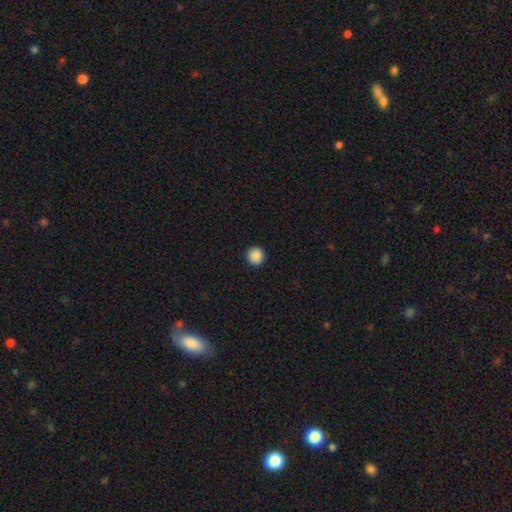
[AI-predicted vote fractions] Smooth or featured? smooth (89%)
How rounded? round (94%)
Merging? none (93%)